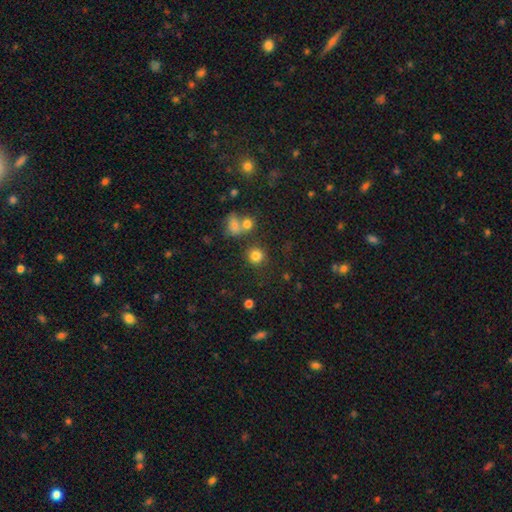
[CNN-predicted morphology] smooth-or-featured: smooth: 81% | star or artifact: 13% | featured or disk: 6%
  how-rounded: round: 89% | in between: 10% | cigar-shaped: 1%
  merging: none: 76% | merger: 11% | minor disturbance: 9% | major disturbance: 4%